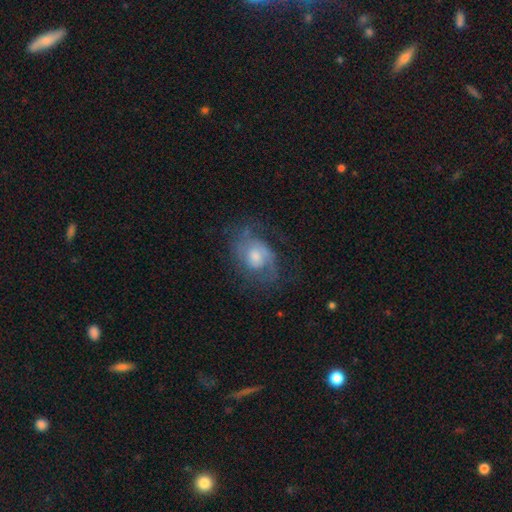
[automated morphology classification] The model was most divided on "spiral winding": medium: 46%, tight: 34%, loose: 21%. More confident: edge-on disk — no (97%); spiral arms — yes (87%); smooth or featured — featured or disk (70%); bar — no (68%); merging — none (60%); spiral arm count — 2 (55%); bulge size — moderate (55%).